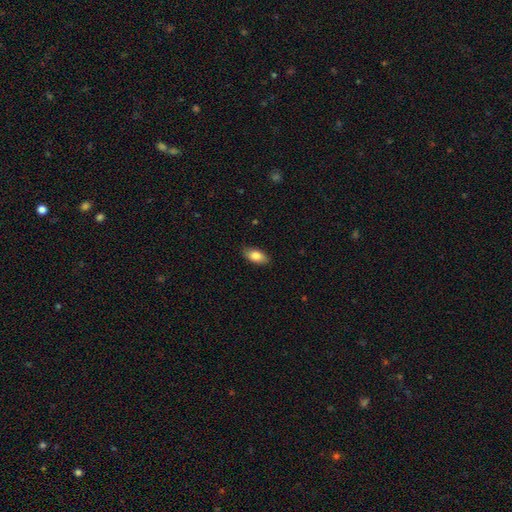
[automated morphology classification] A smooth galaxy with no disk features (84%) that is in between round and cigar-shaped (91%). Merging: none (86%).